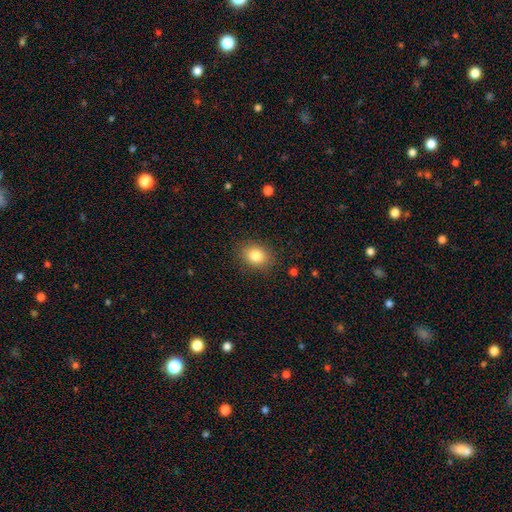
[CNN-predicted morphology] The model was most divided on "how rounded": in between: 60%, round: 39%, cigar-shaped: 1%. More confident: merging — none (87%); smooth or featured — smooth (83%).